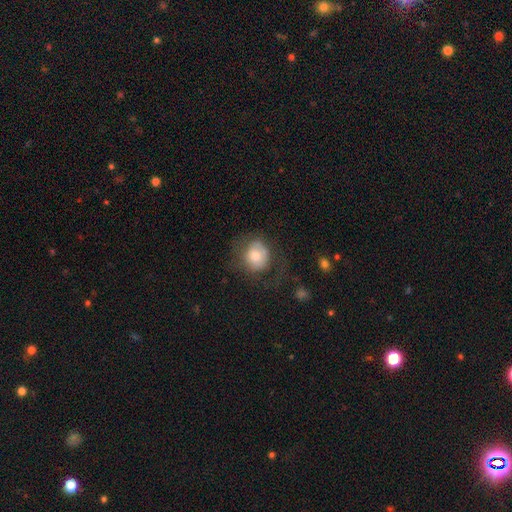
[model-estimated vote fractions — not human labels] Smooth or featured? smooth (68%)
How rounded? round (67%)
Merging? none (49%)